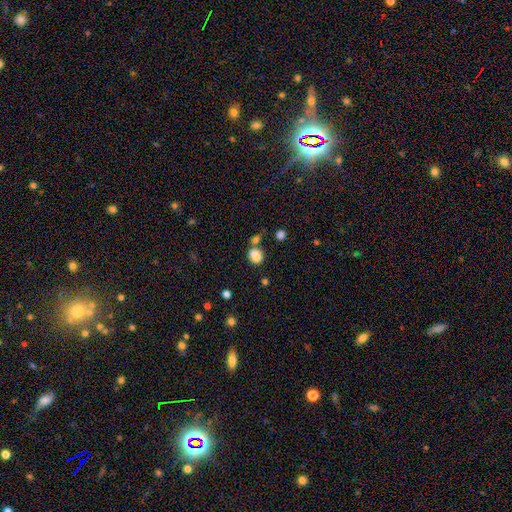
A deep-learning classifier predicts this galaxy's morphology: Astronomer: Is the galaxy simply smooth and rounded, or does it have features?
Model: smooth — 80%.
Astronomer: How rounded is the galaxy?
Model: round — 56% (runner-up: in between, 43%).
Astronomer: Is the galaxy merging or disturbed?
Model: none — 52%.